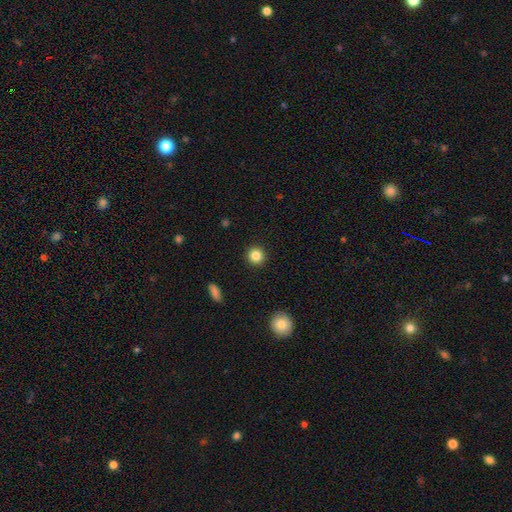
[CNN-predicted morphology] smooth 85%, star or artifact 10%, featured or disk 5%. Down the decision tree: how rounded — round (93%); merging — none (92%).